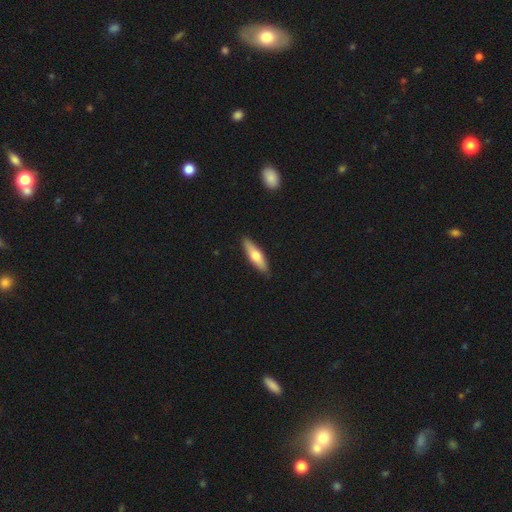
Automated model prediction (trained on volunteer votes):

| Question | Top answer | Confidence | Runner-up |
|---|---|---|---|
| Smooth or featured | smooth | 57% | featured or disk (37%) |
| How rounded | cigar-shaped | 67% | in between (31%) |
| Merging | none | 89% | minor disturbance (8%) |